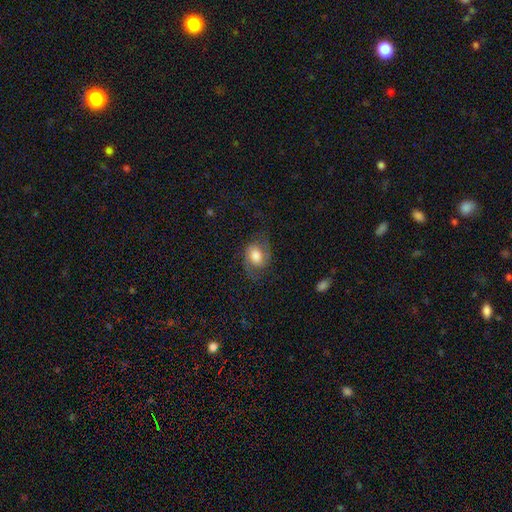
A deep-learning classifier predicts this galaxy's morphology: A featured or disk galaxy (61%) with no bar (62%), 2 (88%) medium (48%) spiral arms (91%) and a large central bulge (45%).

Vote fractions:
- Smooth or featured? featured or disk: 61% / smooth: 30% / star or artifact: 9%
- Edge-on disk? no: 97% / yes: 3%
- Bar? no: 62% / weak: 31% / strong: 7%
- Spiral arms? yes: 91% / no: 9%
- Spiral winding? medium: 48% / loose: 30% / tight: 21%
- Spiral arm count? 2: 88% / can't tell: 5% / 1: 4% / 3: 1% / 4: 1% / more than 4: 1%
- Bulge size? large: 45% / moderate: 38% / small: 7% / dominant: 7% / none: 3%
- Merging? none: 66% / minor disturbance: 19% / major disturbance: 13% / merger: 1%